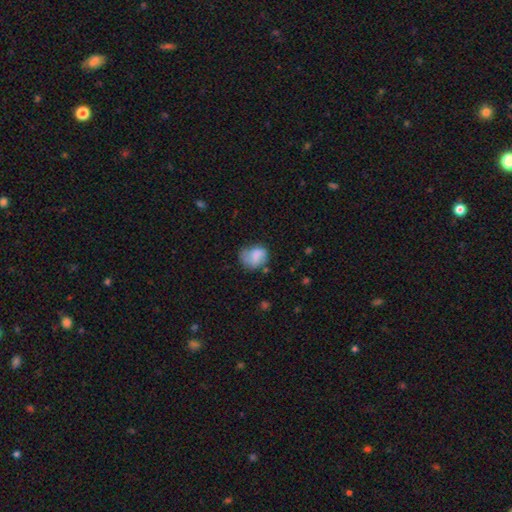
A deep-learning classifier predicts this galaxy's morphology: Smooth or featured?
  - smooth: 73% *
  - featured or disk: 18%
  - star or artifact: 9%
How rounded?
  - round: 53% *
  - in between: 46%
  - cigar-shaped: 1%
Merging?
  - none: 48% *
  - minor disturbance: 32%
  - major disturbance: 16%
  - merger: 5%